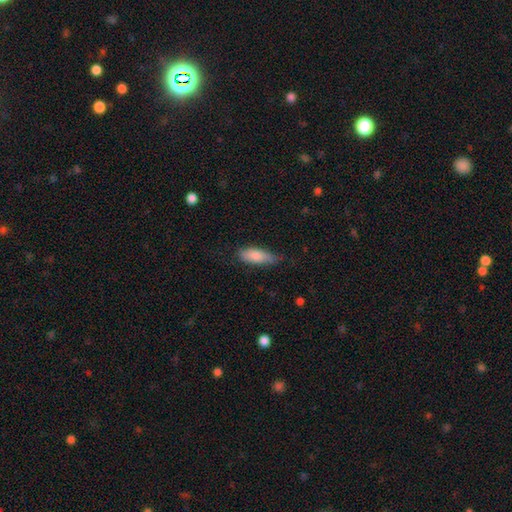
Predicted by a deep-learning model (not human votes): The model was most divided on "merging": none: 56%, minor disturbance: 35%, major disturbance: 8%, merger: 2%. More confident: smooth or featured — smooth (83%); how rounded — in between (73%).